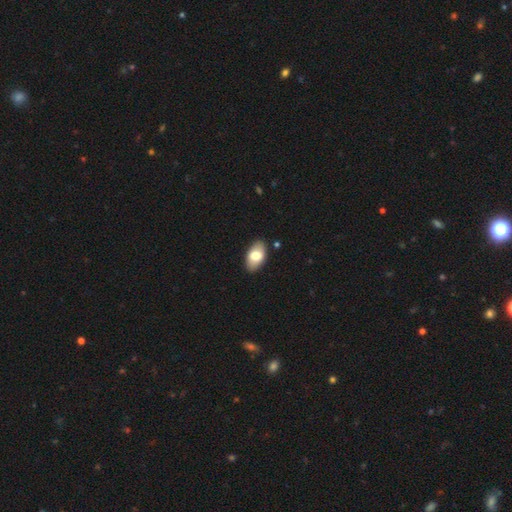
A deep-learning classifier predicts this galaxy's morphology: type=smooth (74%); roundness=in between (93%); merging=none (87%).